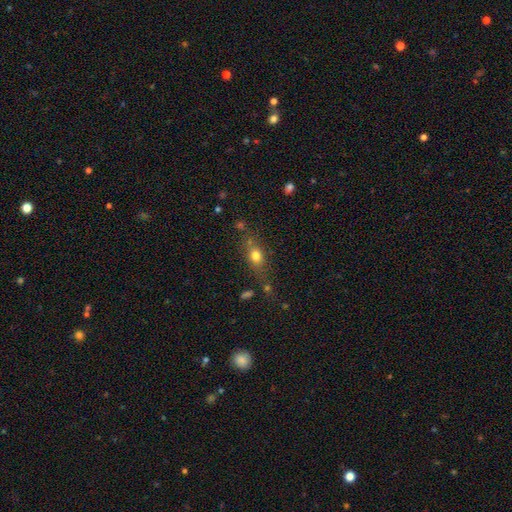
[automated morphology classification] smooth 72%, featured or disk 15%, star or artifact 13%. Down the decision tree: how rounded — in between (56%); merging — none (58%).